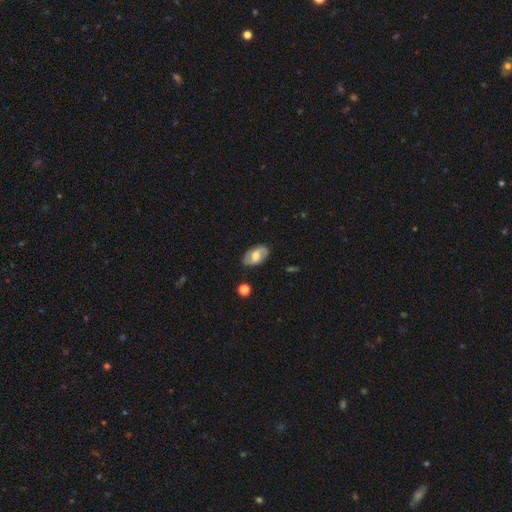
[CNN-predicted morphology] type=featured or disk (60%); edge-on=no (94%); bar=weak (45%); spiral arms=yes (77%); bulge=moderate (57%); merging=none (83%).